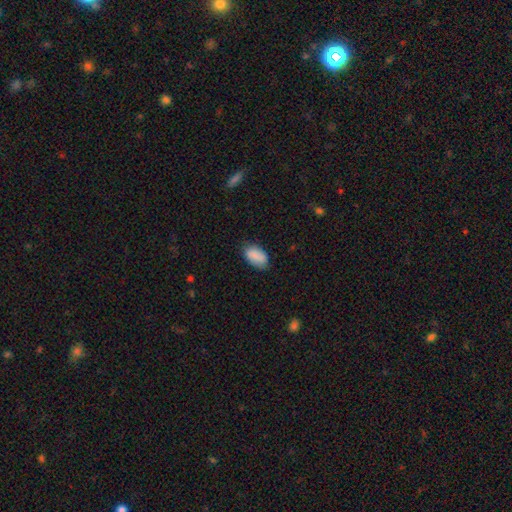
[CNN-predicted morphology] Smooth or featured? smooth (84%)
How rounded? in between (93%)
Merging? none (72%)